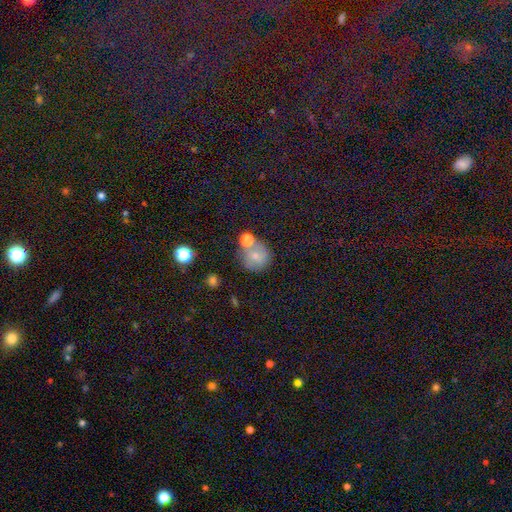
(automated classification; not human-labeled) Smooth or featured? Predicted: smooth (p=0.71). How rounded? Predicted: round (p=0.89). Merging? Predicted: none (p=0.59).